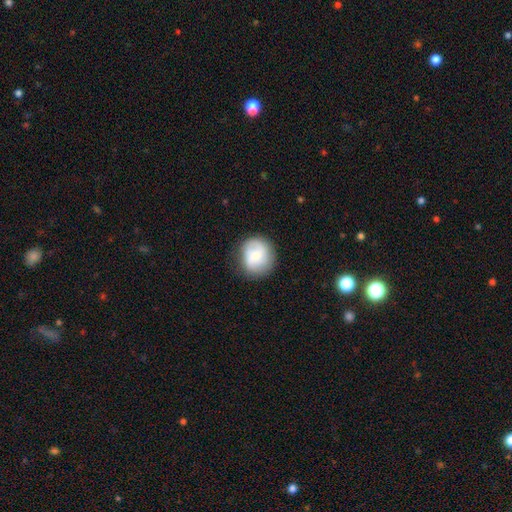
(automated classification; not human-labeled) Morphology: type=smooth (54%); roundness=round (83%); merging=none (78%).